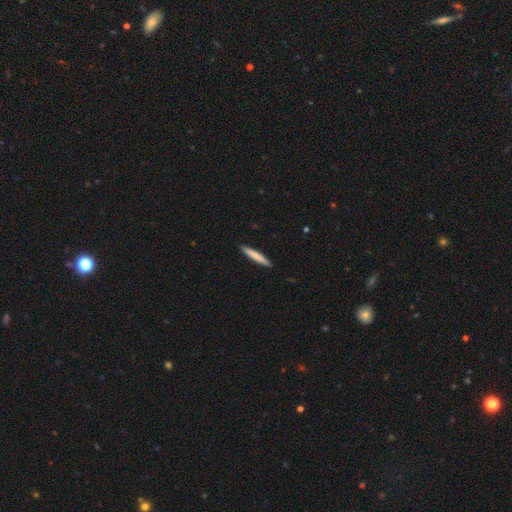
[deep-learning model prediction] Smooth or featured: smooth — 73% (featured or disk — 22%)
How rounded: cigar-shaped — 95% (in between — 4%)
Merging: none — 92% (minor disturbance — 6%)